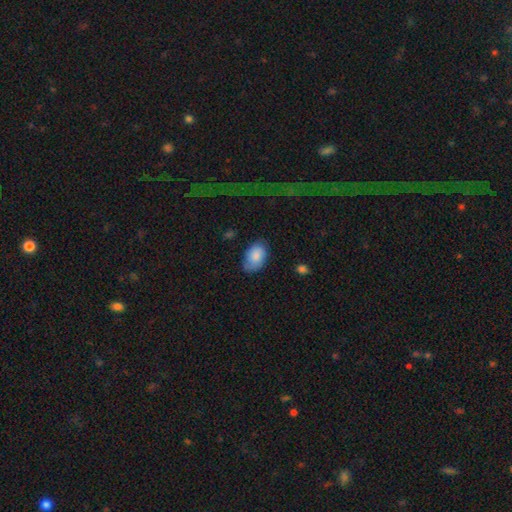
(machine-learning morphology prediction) smooth_or_featured: smooth (p=0.82) [alt: featured or disk p=0.12]
how_rounded: in between (p=0.90) [alt: round p=0.09]
merging: none (p=0.69) [alt: minor disturbance p=0.24]